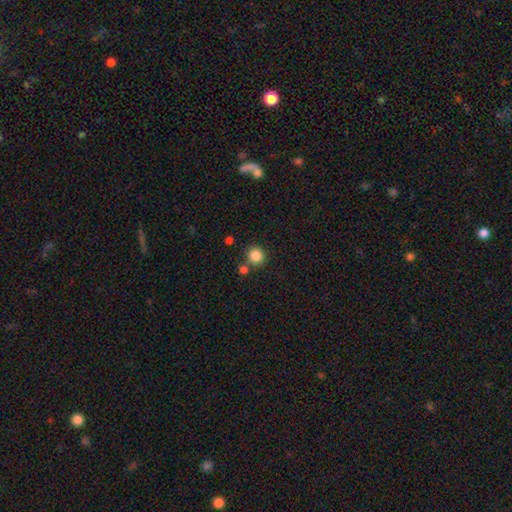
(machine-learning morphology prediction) smooth 85%, star or artifact 11%, featured or disk 4%. Down the decision tree: how rounded — round (92%); merging — none (76%).